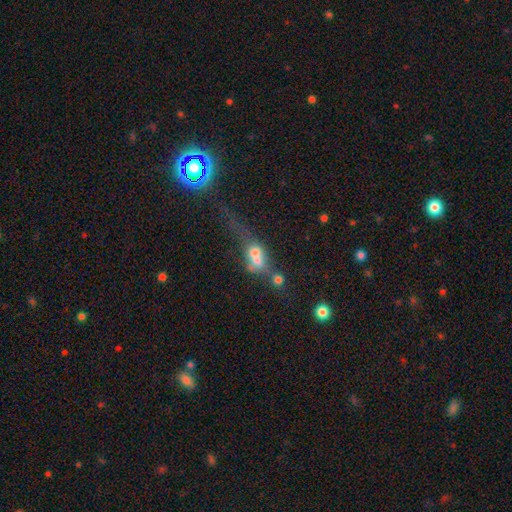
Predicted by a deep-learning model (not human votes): This appears to be a smooth galaxy with no disk features (58%) that is in between round and cigar-shaped (49%). Merging: merger (67%).